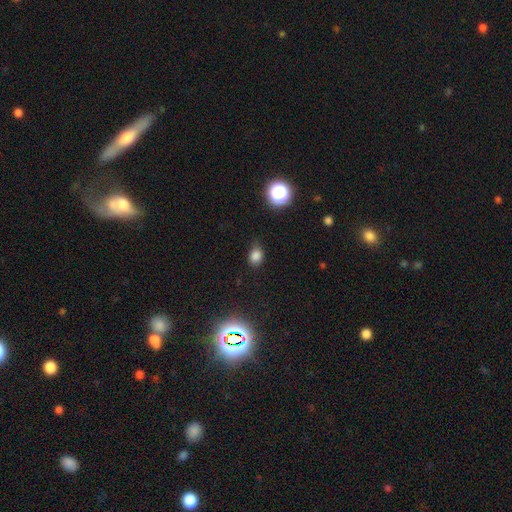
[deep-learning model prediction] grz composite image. It shows a smooth galaxy with no disk features (79%) that is in between round and cigar-shaped (50%). Merging: none (72%).